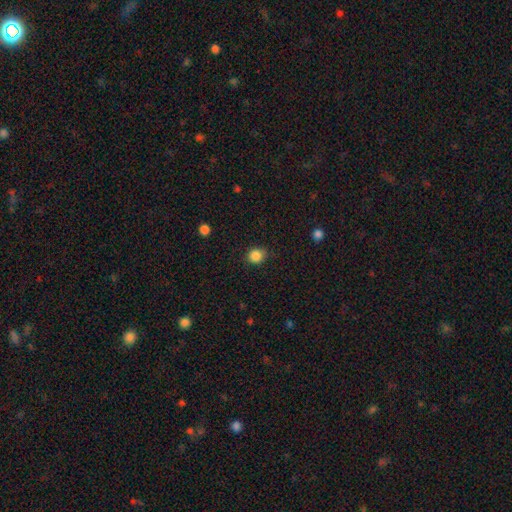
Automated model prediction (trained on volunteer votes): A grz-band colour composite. It shows a smooth galaxy with no disk features (86%) that is round (83%). Merging: none (82%).